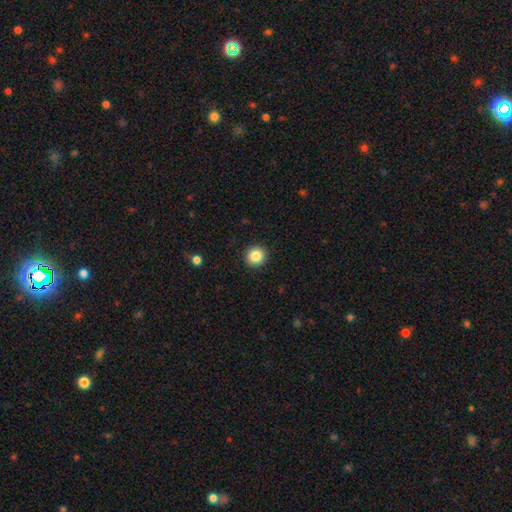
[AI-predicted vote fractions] This is clearly a smooth galaxy (86%). How rounded: clearly round (94%). Merging: clearly none (92%).